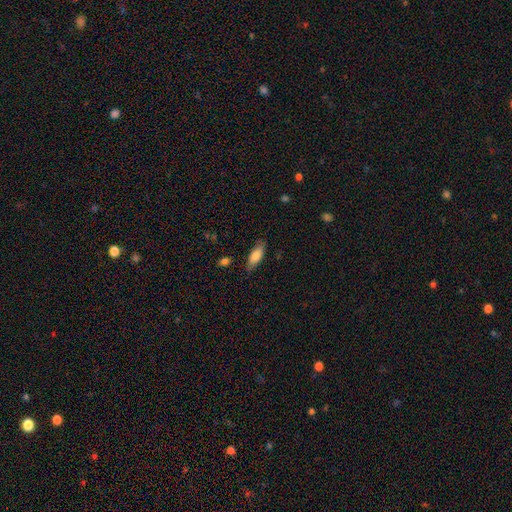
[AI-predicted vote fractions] This is likely a smooth galaxy (79%). How rounded: likely in between (69%). Merging: clearly none (82%).